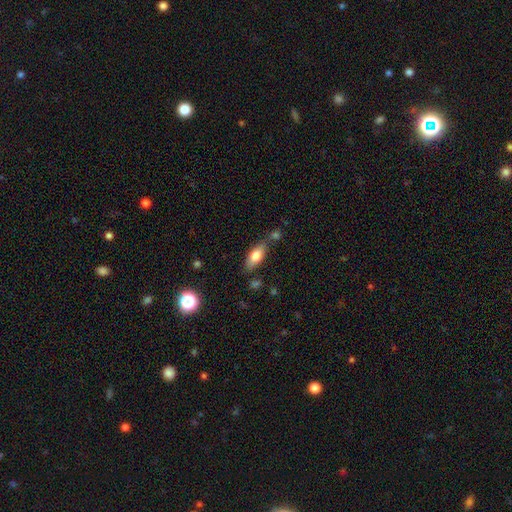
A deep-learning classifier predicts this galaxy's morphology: smooth-or-featured: smooth: 73% | featured or disk: 20% | star or artifact: 7%
  how-rounded: in between: 78% | cigar-shaped: 19% | round: 3%
  merging: none: 68% | minor disturbance: 18% | merger: 10% | major disturbance: 4%